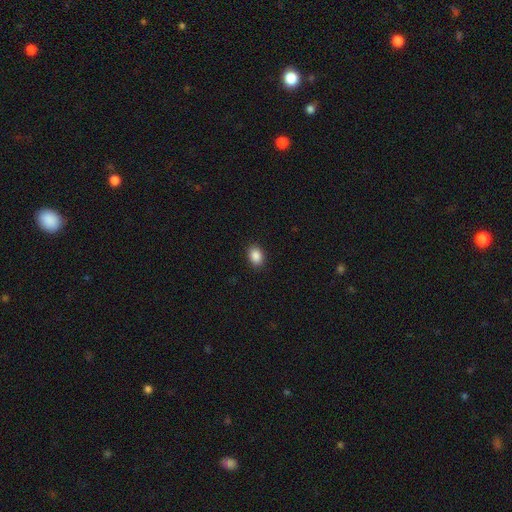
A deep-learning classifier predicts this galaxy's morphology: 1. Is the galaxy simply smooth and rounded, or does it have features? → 88% smooth, 9% star or artifact, 3% featured or disk.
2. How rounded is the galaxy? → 71% in between, 28% round, 1% cigar-shaped.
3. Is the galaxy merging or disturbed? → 90% none, 7% minor disturbance, 2% major disturbance, 1% merger.